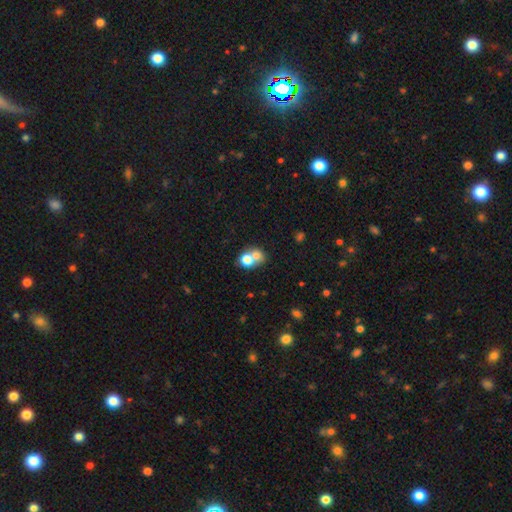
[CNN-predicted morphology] The model was most divided on "how rounded": round: 64%, in between: 35%, cigar-shaped: 1%. More confident: smooth or featured — smooth (70%); merging — merger (61%).